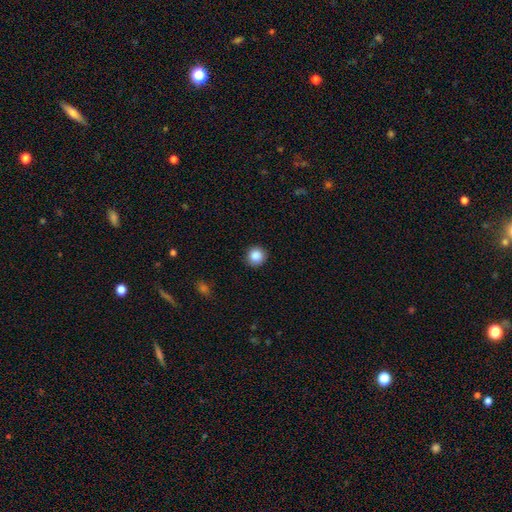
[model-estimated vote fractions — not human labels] smooth_or_featured: smooth (p=0.88) [alt: star or artifact p=0.09]
how_rounded: round (p=0.94) [alt: in between p=0.06]
merging: none (p=0.90) [alt: minor disturbance p=0.07]